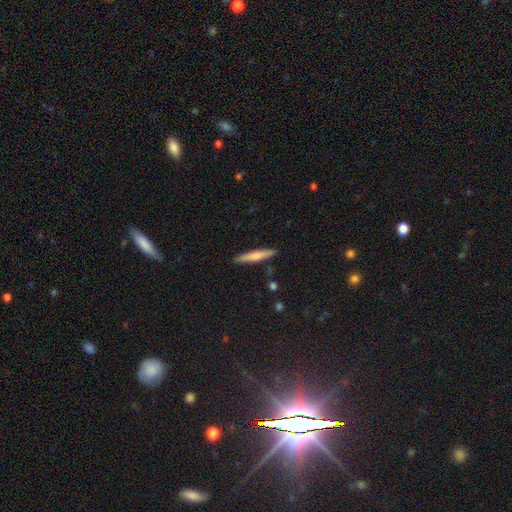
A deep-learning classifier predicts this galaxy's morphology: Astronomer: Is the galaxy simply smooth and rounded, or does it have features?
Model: smooth — 62%.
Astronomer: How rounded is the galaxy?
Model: cigar-shaped — 93%.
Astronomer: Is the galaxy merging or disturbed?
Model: none — 89%.